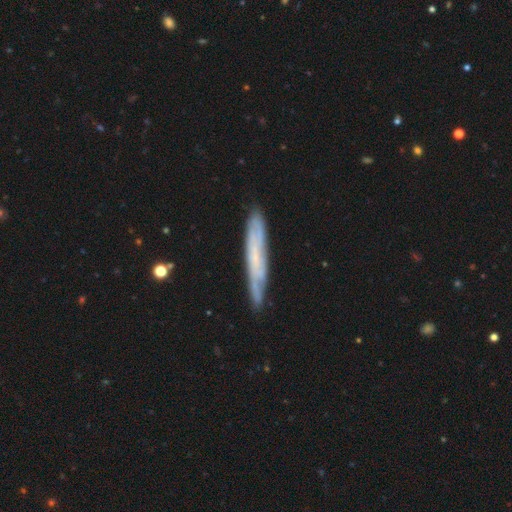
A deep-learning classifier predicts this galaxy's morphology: Smooth or featured? Predicted: featured or disk (p=0.55). Edge-on disk? Predicted: yes (p=0.68). Merging? Predicted: none (p=0.79).